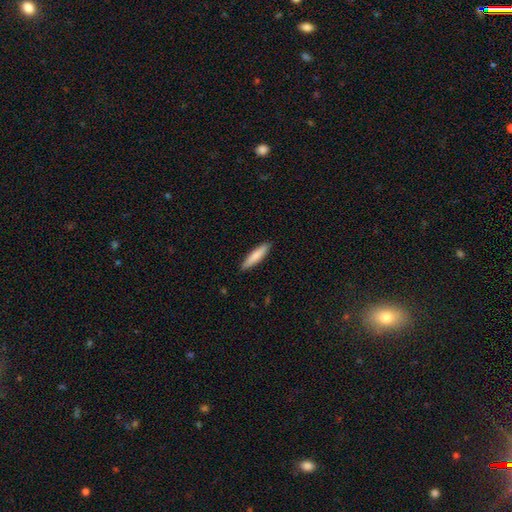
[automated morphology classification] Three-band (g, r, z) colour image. It shows a smooth galaxy with no disk features (81%) that is cigar-shaped (84%). Merging: none (90%).